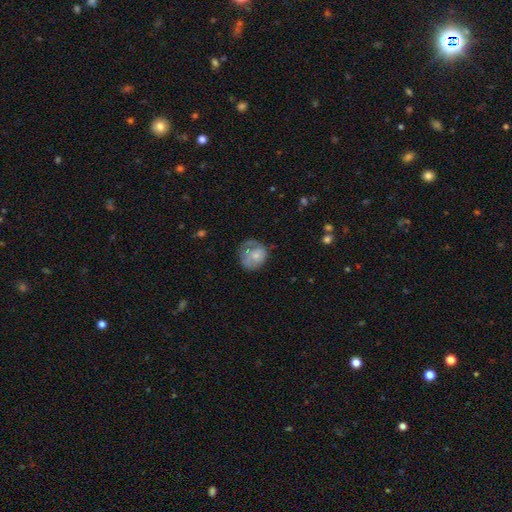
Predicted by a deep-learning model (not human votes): Overall: smooth (61%; featured or disk 31%). How rounded: round (70%). Merging: none (43%; minor disturbance 30%).